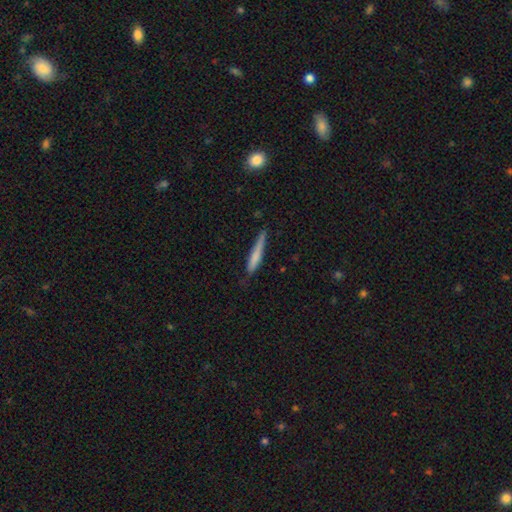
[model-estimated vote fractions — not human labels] The model was most divided on "smooth or featured": smooth: 71%, featured or disk: 24%, star or artifact: 6%. More confident: how rounded — cigar-shaped (93%); merging — none (71%).